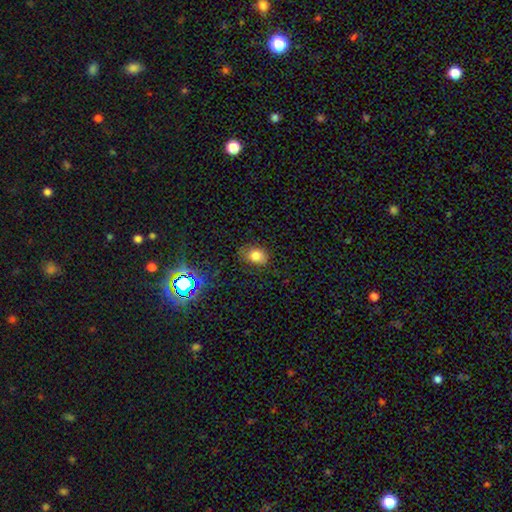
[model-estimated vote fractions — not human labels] smooth 77%, star or artifact 14%, featured or disk 8%. Down the decision tree: how rounded — in between (72%); merging — none (75%).